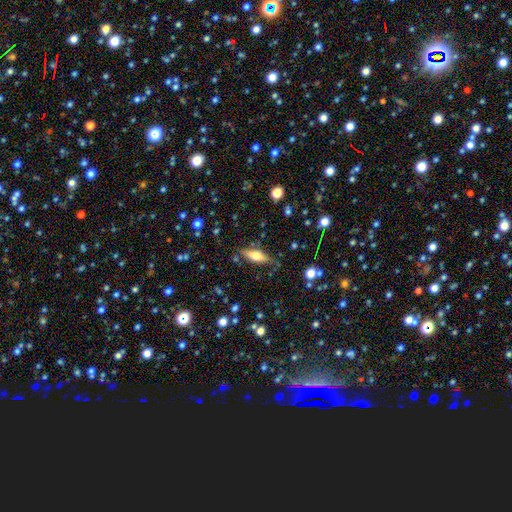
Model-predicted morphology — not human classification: Q: Smooth or featured?
A: smooth (51%); runner-up: featured or disk (41%)
Q: How rounded?
A: in between (55%); runner-up: cigar-shaped (43%)
Q: Merging?
A: none (75%); runner-up: minor disturbance (17%)